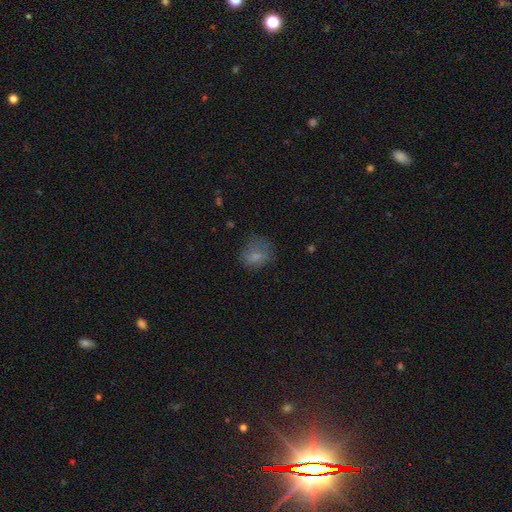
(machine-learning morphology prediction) smooth_or_featured: smooth (p=0.72) [alt: featured or disk p=0.16]
how_rounded: round (p=0.55) [alt: in between p=0.44]
merging: none (p=0.54) [alt: minor disturbance p=0.25]